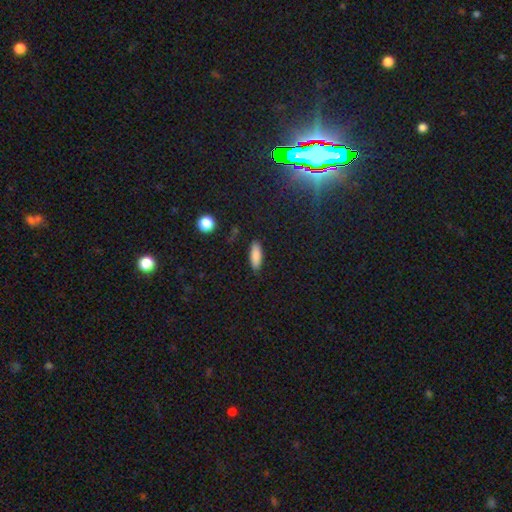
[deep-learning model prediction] A smooth galaxy with no disk features (86%) that is in between round and cigar-shaped (54%).

Vote fractions:
- Smooth or featured? smooth: 86% / star or artifact: 8% / featured or disk: 7%
- How rounded? in between: 54% / cigar-shaped: 43% / round: 2%
- Merging? none: 86% / minor disturbance: 11% / major disturbance: 2% / merger: 1%